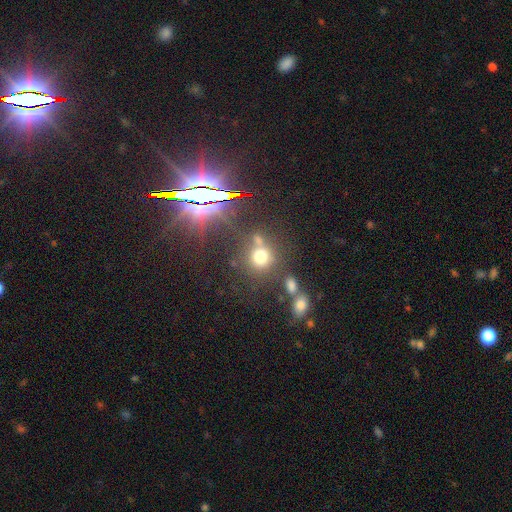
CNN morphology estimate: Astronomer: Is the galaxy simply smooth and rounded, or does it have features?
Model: star or artifact — 75%.